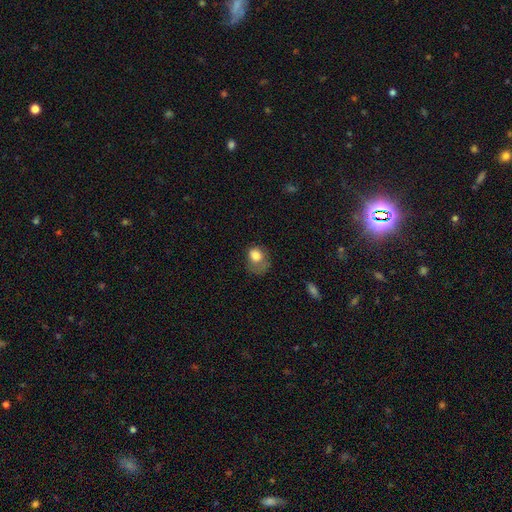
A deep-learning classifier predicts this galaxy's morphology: smooth_or_featured: smooth (p=0.77) [alt: featured or disk p=0.14]
how_rounded: round (p=0.54) [alt: in between p=0.45]
merging: major disturbance (p=0.41) [alt: minor disturbance p=0.30]